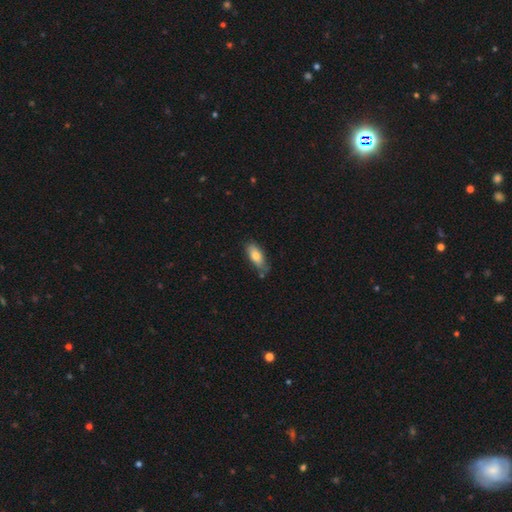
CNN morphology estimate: This is likely a smooth galaxy (76%). How rounded: likely in between (79%). Merging: likely none (65%).